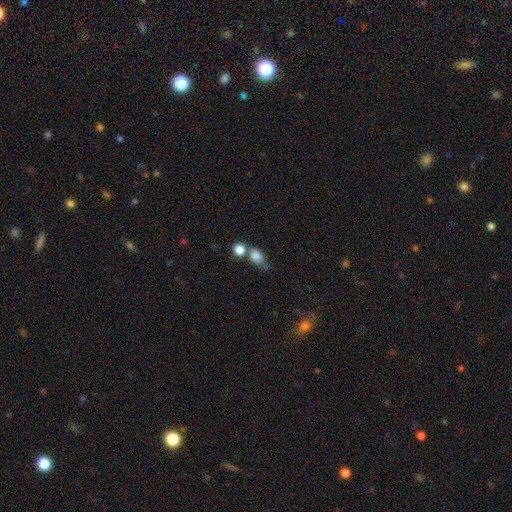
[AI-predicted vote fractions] smooth_or_featured: smooth (p=0.80) [alt: star or artifact p=0.11]
how_rounded: in between (p=0.58) [alt: round p=0.39]
merging: none (p=0.39) [alt: merger p=0.34]